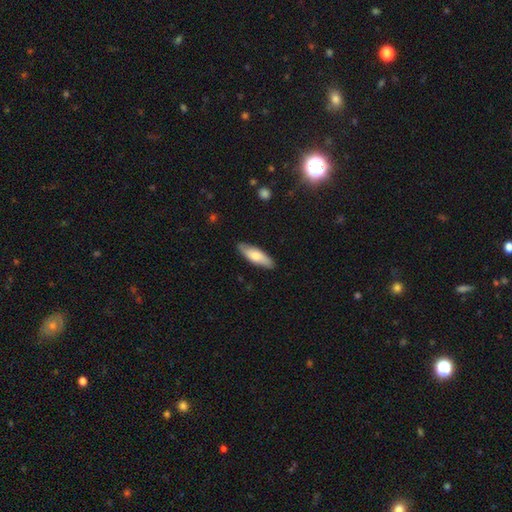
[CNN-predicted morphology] This appears to be a smooth galaxy with no disk features (72%) that is in between round and cigar-shaped (54%). Merging: none (86%).